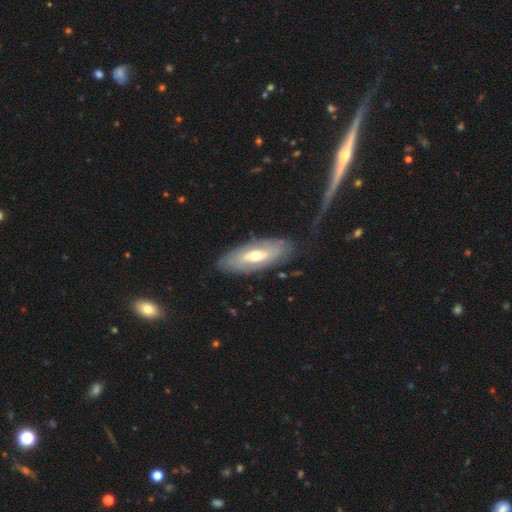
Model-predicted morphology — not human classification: Q: Smooth or featured?
A: featured or disk (59%); runner-up: smooth (35%)
Q: Edge-on disk?
A: no (78%); runner-up: yes (22%)
Q: Merging?
A: none (77%); runner-up: minor disturbance (16%)